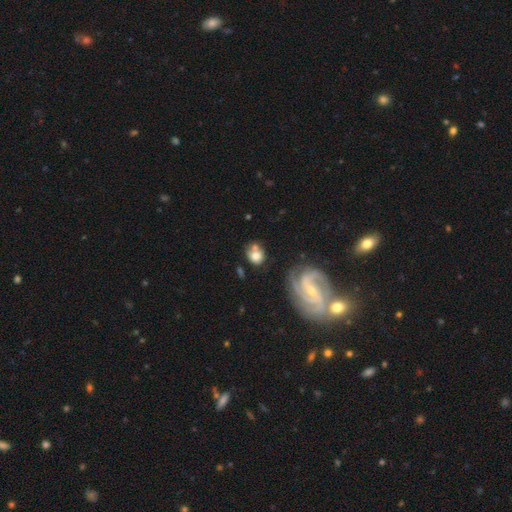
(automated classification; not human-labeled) The model was most divided on "merging": none: 52%, merger: 24%, minor disturbance: 16%, major disturbance: 8%. More confident: how rounded — round (70%); smooth or featured — smooth (60%).